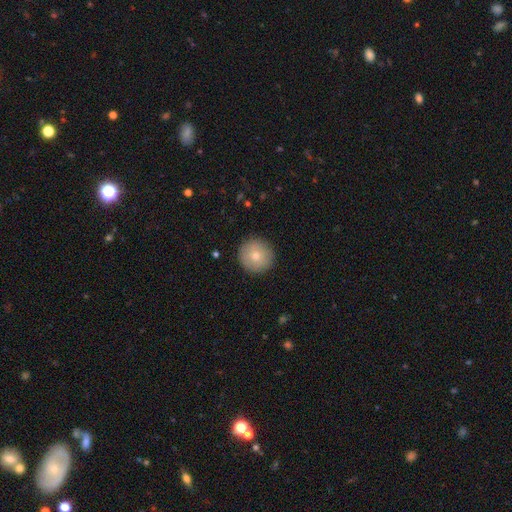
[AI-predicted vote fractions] The model was most divided on "smooth or featured": smooth: 78%, featured or disk: 15%, star or artifact: 8%. More confident: how rounded — round (96%); merging — none (91%).